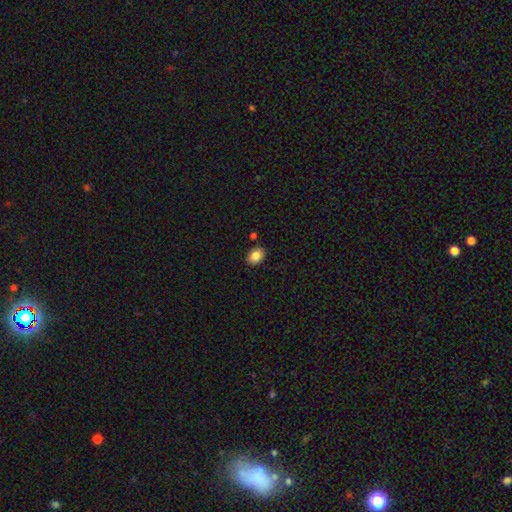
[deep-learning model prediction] Overall: smooth (86%). How rounded: in between (75%). Merging: none (84%).